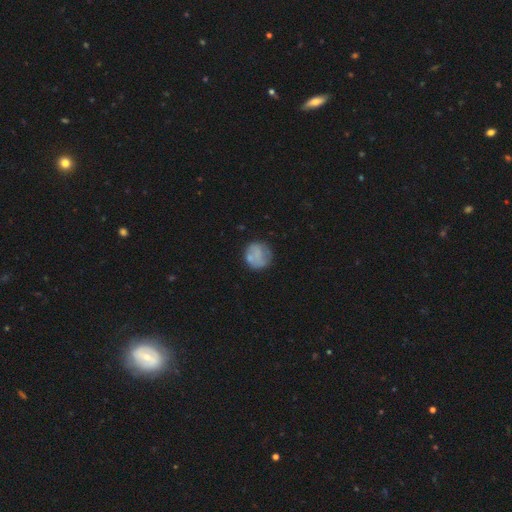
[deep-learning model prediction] This appears to be a smooth galaxy with no disk features (66%) that is round (89%). Merging: none (64%).